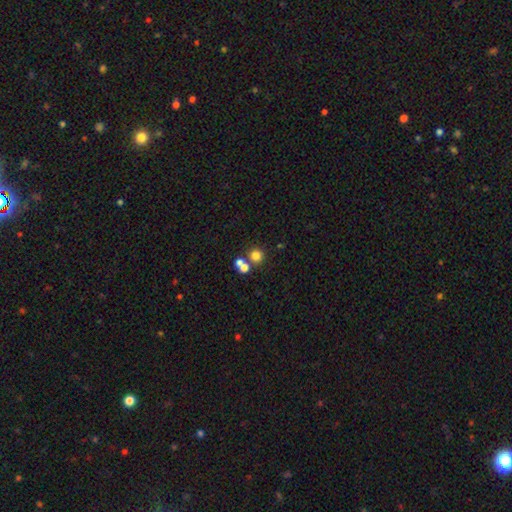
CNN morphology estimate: smooth 75%, star or artifact 16%, featured or disk 9%. Down the decision tree: how rounded — round (92%); merging — none (64%).